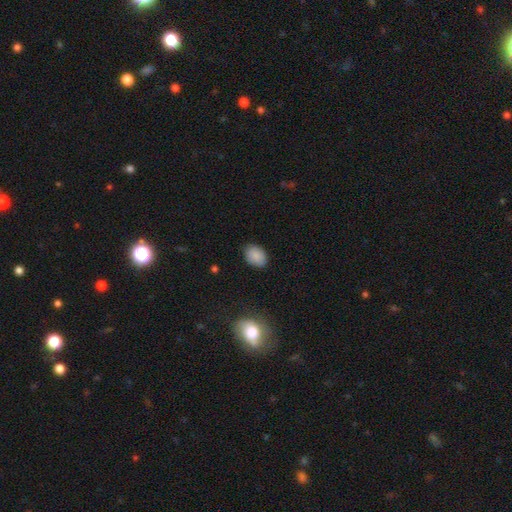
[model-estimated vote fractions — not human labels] Q: Smooth or featured?
A: smooth (87%); runner-up: star or artifact (8%)
Q: How rounded?
A: in between (74%); runner-up: round (25%)
Q: Merging?
A: none (84%); runner-up: minor disturbance (12%)